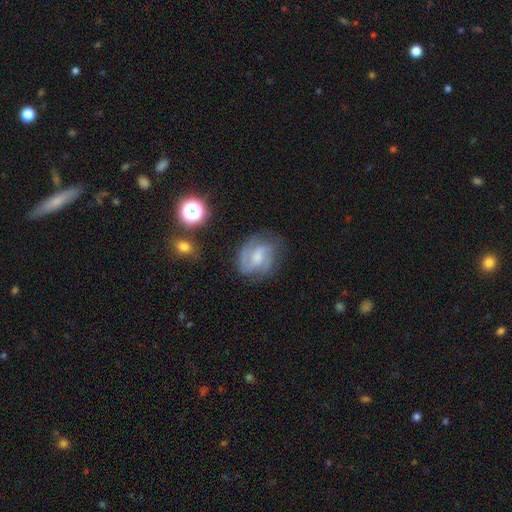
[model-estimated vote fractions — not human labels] Morphology: type=featured or disk (75%); edge-on=no (97%); bar=weak (53%); spiral arms=yes (93%); winding=medium (48%); arm count=2 (49%); bulge=moderate (39%); merging=none (69%).